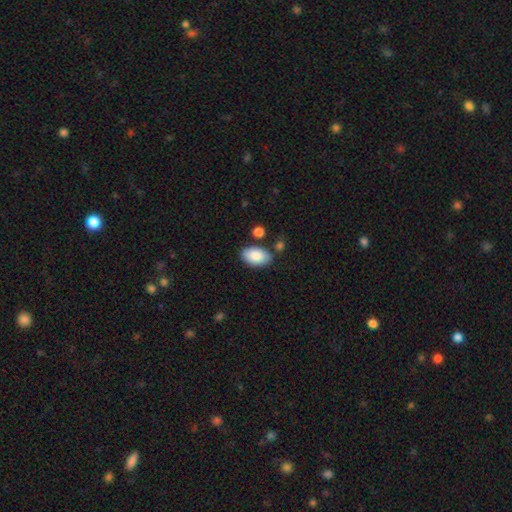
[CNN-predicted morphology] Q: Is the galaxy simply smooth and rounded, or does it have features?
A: smooth — 88%.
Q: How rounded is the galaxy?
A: in between — 94%.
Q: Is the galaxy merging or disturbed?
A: none — 78%.